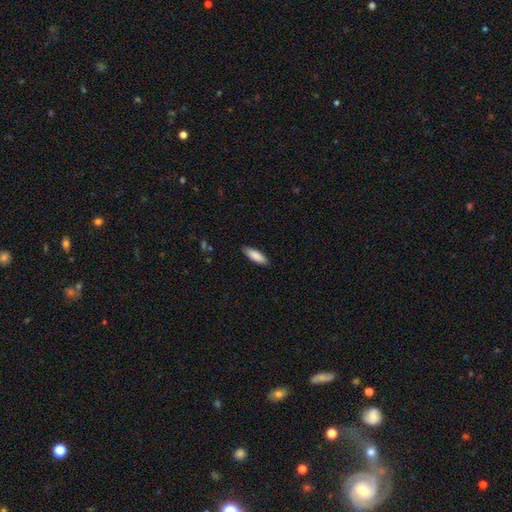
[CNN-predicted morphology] Smooth or featured? smooth (88%)
How rounded? in between (56%)
Merging? none (88%)